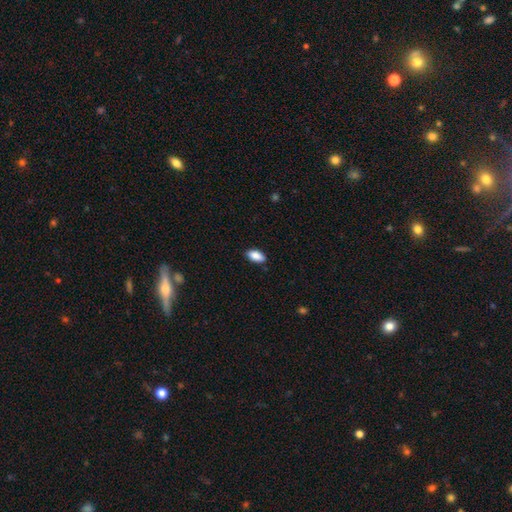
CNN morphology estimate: type=smooth (88%); roundness=in between (91%); merging=none (85%).